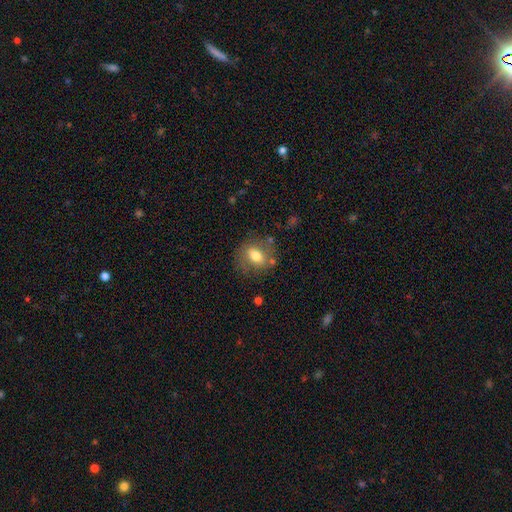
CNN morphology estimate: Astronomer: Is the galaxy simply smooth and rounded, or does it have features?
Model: smooth — 68%.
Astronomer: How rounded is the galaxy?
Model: in between — 53% (runner-up: round, 44%).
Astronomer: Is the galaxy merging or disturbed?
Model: none — 73%.